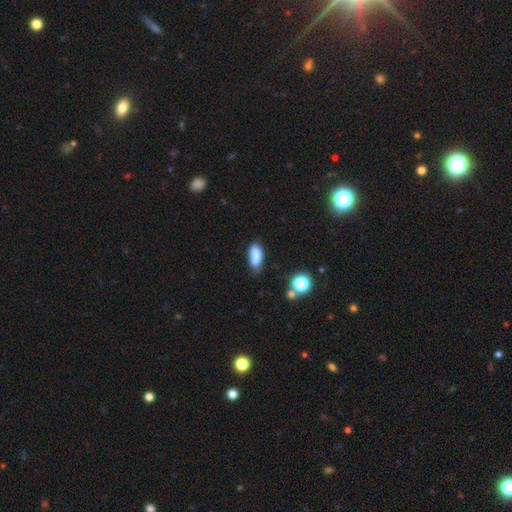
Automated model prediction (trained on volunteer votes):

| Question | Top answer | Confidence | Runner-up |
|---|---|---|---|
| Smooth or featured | smooth | 82% | star or artifact (10%) |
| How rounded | in between | 81% | cigar-shaped (15%) |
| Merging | none | 58% | minor disturbance (30%) |